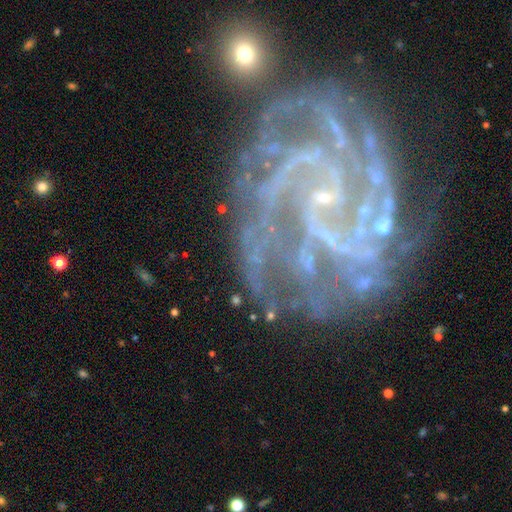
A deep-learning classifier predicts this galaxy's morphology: This appears to be a featured or disk galaxy (90%) with no bar (47%), 4 (22%) tight (52%) spiral arms (98%) and a small central bulge (77%). Merging: none (62%).